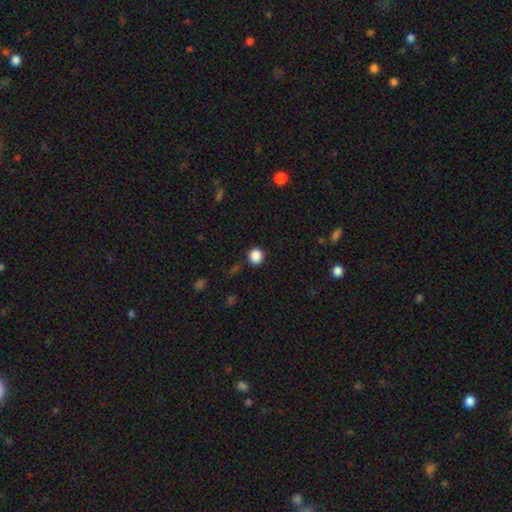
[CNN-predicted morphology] Smooth or featured? Predicted: smooth (p=0.87). How rounded? Predicted: round (p=0.87). Merging? Predicted: none (p=0.89).